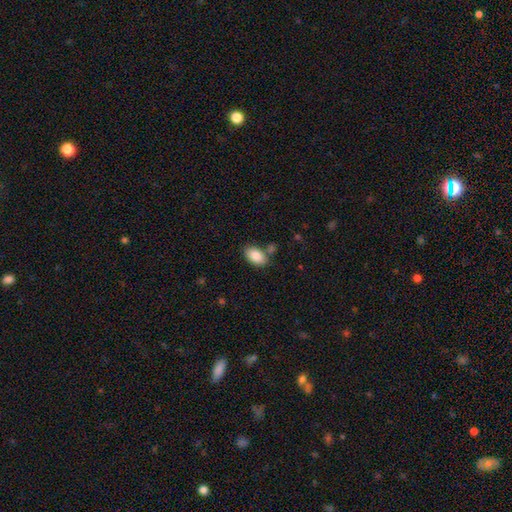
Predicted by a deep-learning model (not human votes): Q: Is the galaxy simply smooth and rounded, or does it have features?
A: smooth — 87%.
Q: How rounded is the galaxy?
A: in between — 91%.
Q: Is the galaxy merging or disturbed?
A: none — 73%.